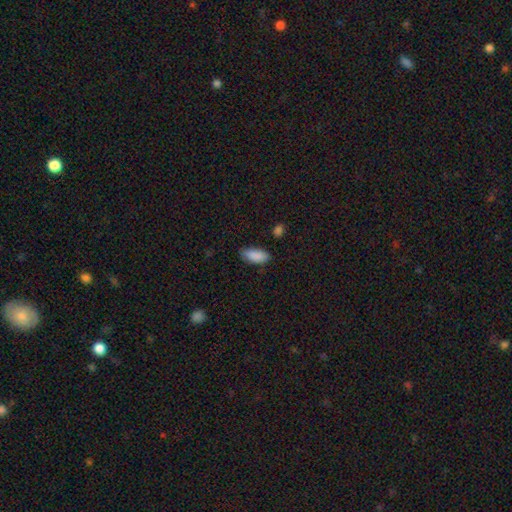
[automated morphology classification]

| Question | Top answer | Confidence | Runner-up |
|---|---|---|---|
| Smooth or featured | smooth | 89% | star or artifact (7%) |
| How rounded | in between | 88% | cigar-shaped (11%) |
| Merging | none | 78% | minor disturbance (17%) |